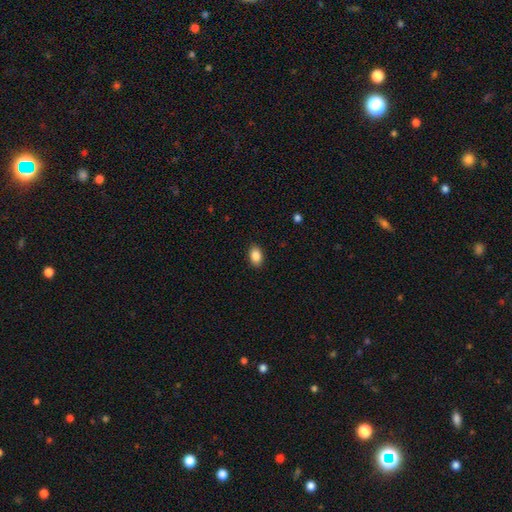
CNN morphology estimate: Q: Smooth or featured?
A: smooth (88%); runner-up: star or artifact (8%)
Q: How rounded?
A: in between (86%); runner-up: round (13%)
Q: Merging?
A: none (89%); runner-up: minor disturbance (8%)